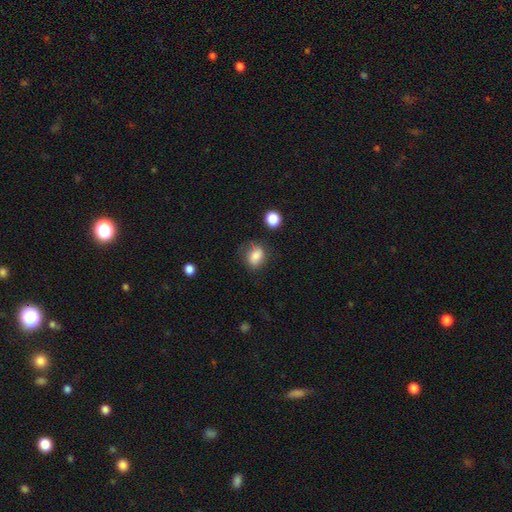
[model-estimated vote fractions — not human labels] Overall: smooth (81%). How rounded: in between (59%; round 40%). Merging: none (63%; minor disturbance 24%).